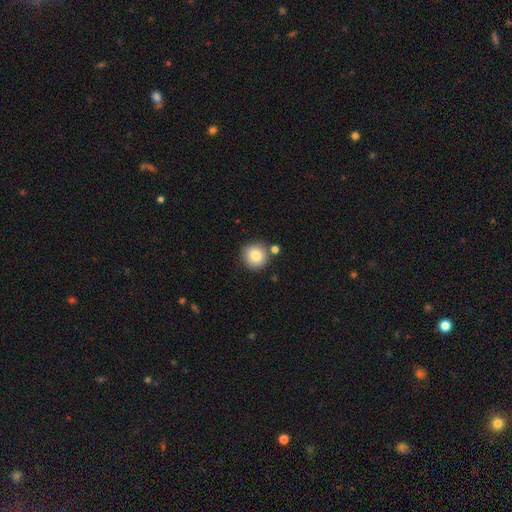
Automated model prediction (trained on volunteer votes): Morphology: type=smooth (81%); roundness=round (94%); merging=none (77%).